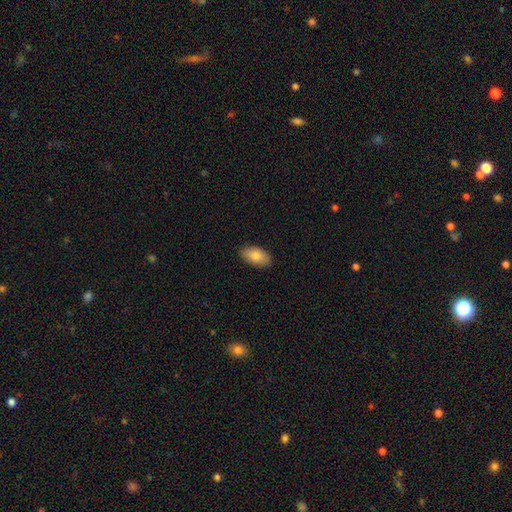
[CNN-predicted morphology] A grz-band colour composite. It shows a smooth galaxy with no disk features (83%) that is in between round and cigar-shaped (94%). Merging: none (88%).